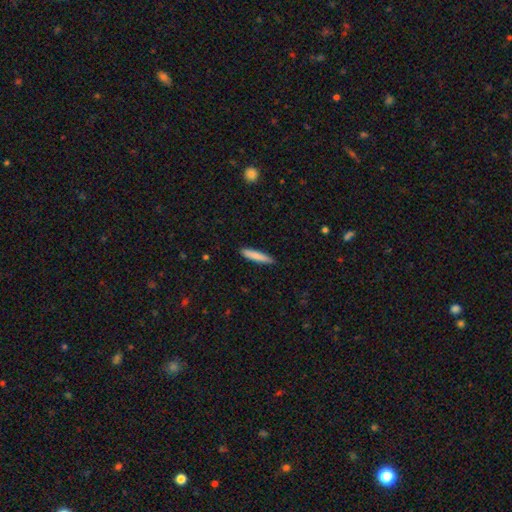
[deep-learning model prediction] The model was most divided on "smooth or featured": smooth: 83%, featured or disk: 11%, star or artifact: 6%. More confident: how rounded — cigar-shaped (90%); merging — none (88%).